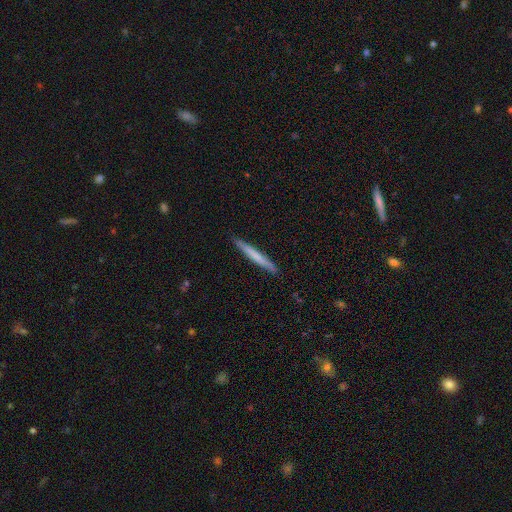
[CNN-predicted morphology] Overall: smooth (61%; featured or disk 34%). How rounded: cigar-shaped (97%). Merging: none (90%).